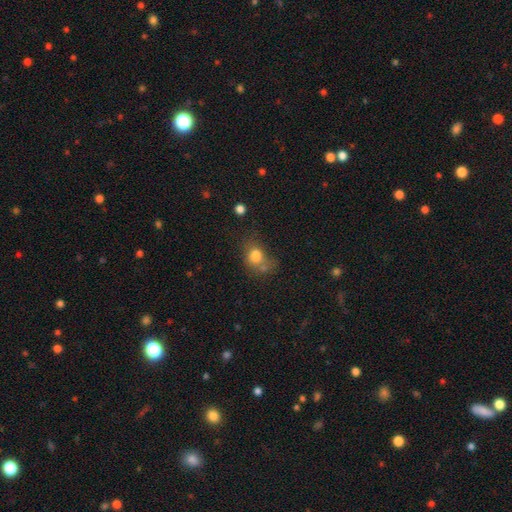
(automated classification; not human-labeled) The model was most divided on "how rounded": round: 55%, in between: 43%, cigar-shaped: 1%. Remaining: smooth or featured — smooth (77%); merging — none (37%).